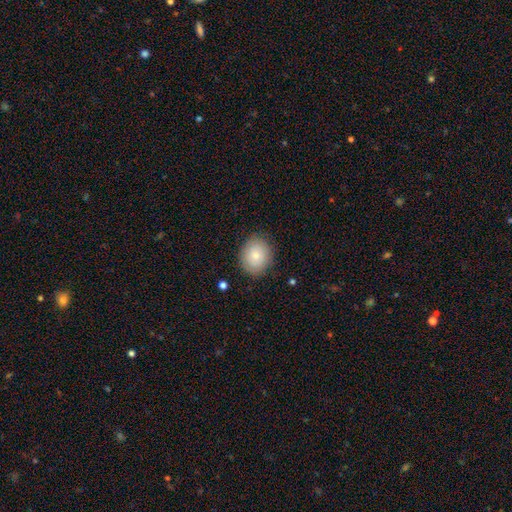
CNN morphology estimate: Smooth or featured? Predicted: smooth (p=0.79). How rounded? Predicted: round (p=0.61). Merging? Predicted: none (p=0.84).